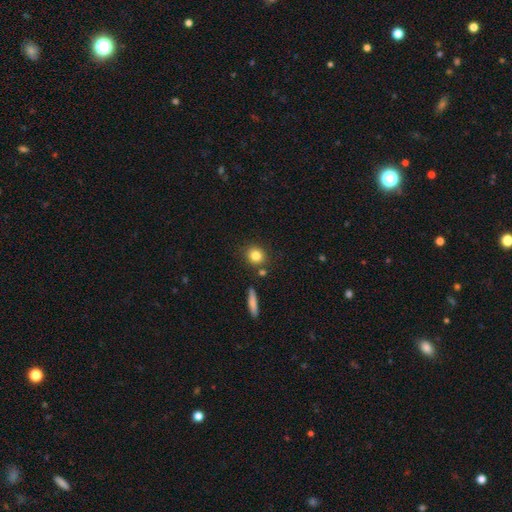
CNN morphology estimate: Smooth or featured: smooth — 81% (star or artifact — 10%)
How rounded: round — 80% (in between — 17%)
Merging: none — 79% (minor disturbance — 10%)